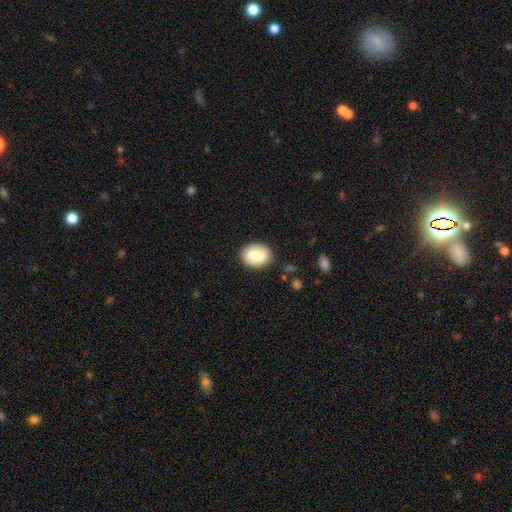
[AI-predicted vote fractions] Smooth or featured? smooth (62%)
How rounded? in between (57%)
Merging? none (84%)